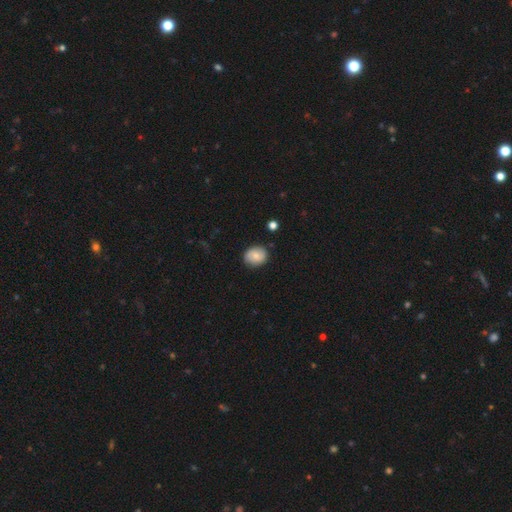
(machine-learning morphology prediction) Smooth or featured: smooth — 72% (featured or disk — 20%)
How rounded: round — 64% (in between — 35%)
Merging: none — 83% (minor disturbance — 12%)